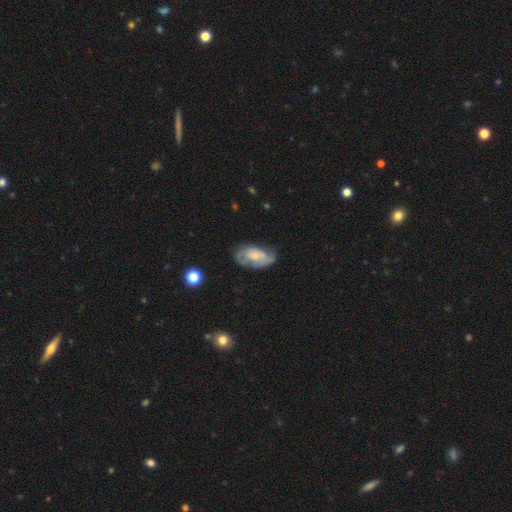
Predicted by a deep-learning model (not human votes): smooth_or_featured: featured or disk (p=0.57) [alt: smooth p=0.36]
disk_edge_on: no (p=0.94) [alt: yes p=0.06]
bar: no (p=0.67) [alt: weak p=0.27]
has_spiral_arms: yes (p=0.71) [alt: no p=0.29]
bulge_size: small (p=0.53) [alt: moderate p=0.30]
merging: none (p=0.56) [alt: minor disturbance p=0.29]